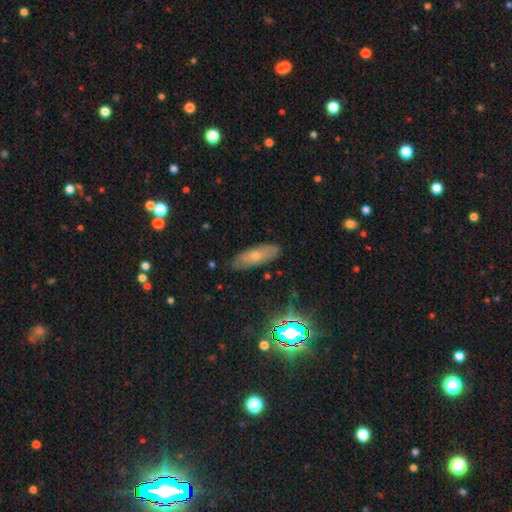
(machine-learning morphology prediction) This is possibly a smooth galaxy (57%). How rounded: possibly in between (57%). Merging: clearly none (83%).